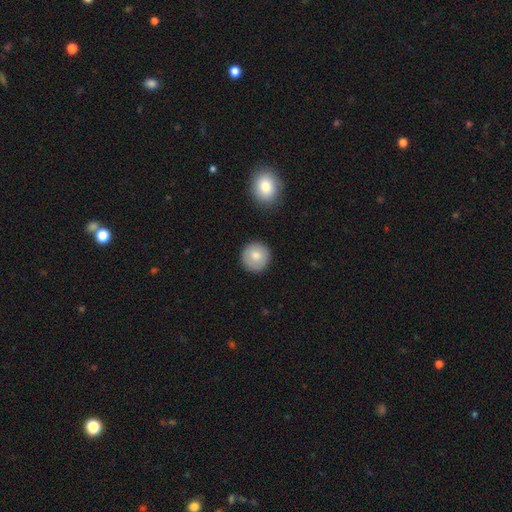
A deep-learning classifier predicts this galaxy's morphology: type=smooth (82%); roundness=round (94%); merging=none (90%).